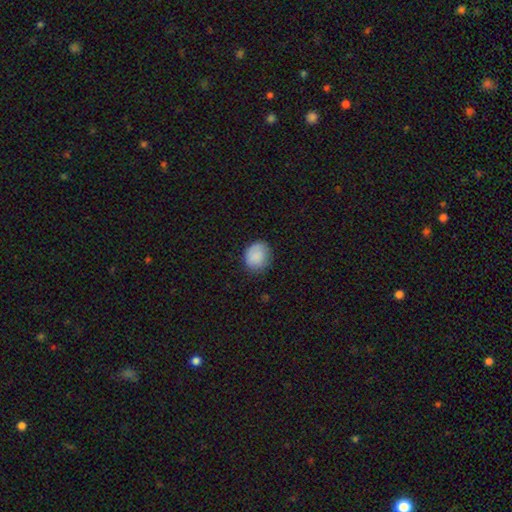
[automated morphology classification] smooth-or-featured: smooth: 87% | star or artifact: 8% | featured or disk: 5%
  how-rounded: round: 71% | in between: 28% | cigar-shaped: 1%
  merging: none: 77% | minor disturbance: 18% | major disturbance: 4% | merger: 1%